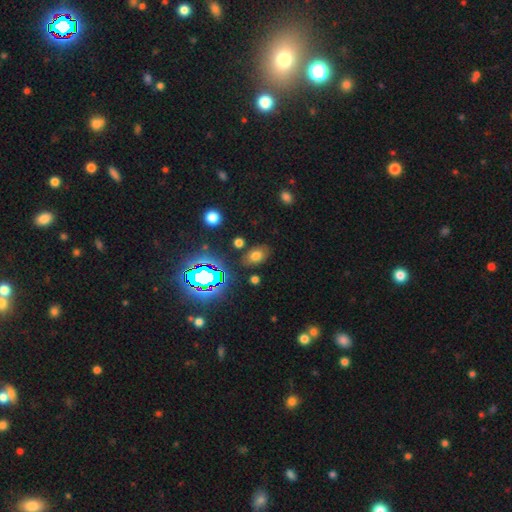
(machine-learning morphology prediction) Overall: smooth (64%; star or artifact 24%). How rounded: in between (80%). Merging: none (80%).